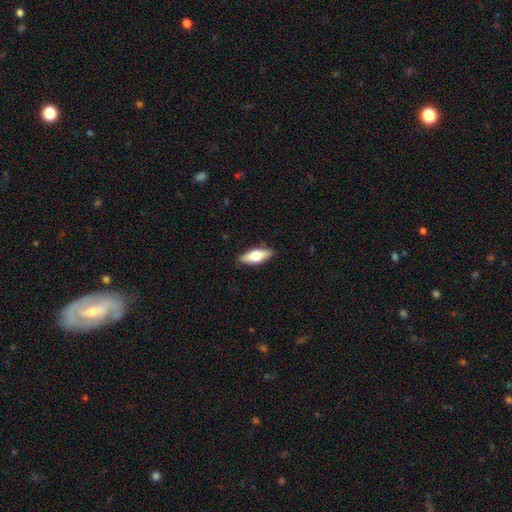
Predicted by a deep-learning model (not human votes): smooth 59%, featured or disk 35%, star or artifact 6%. Down the decision tree: how rounded — in between (70%); merging — none (87%).